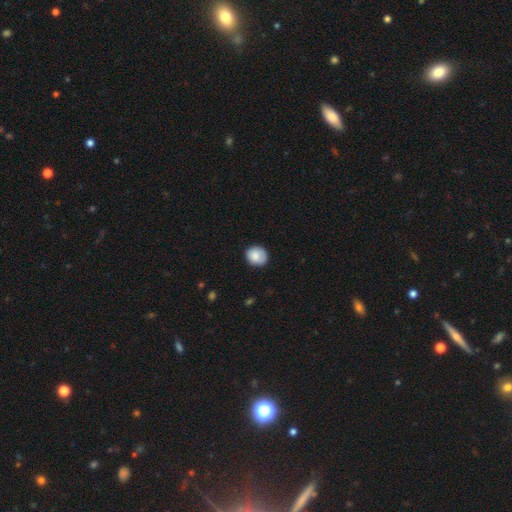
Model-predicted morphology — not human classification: A smooth galaxy with no disk features (84%) that is round (80%).

Vote fractions:
- Smooth or featured? smooth: 84% / featured or disk: 9% / star or artifact: 8%
- How rounded? round: 80% / in between: 19% / cigar-shaped: 1%
- Merging? none: 79% / minor disturbance: 16% / major disturbance: 3% / merger: 1%